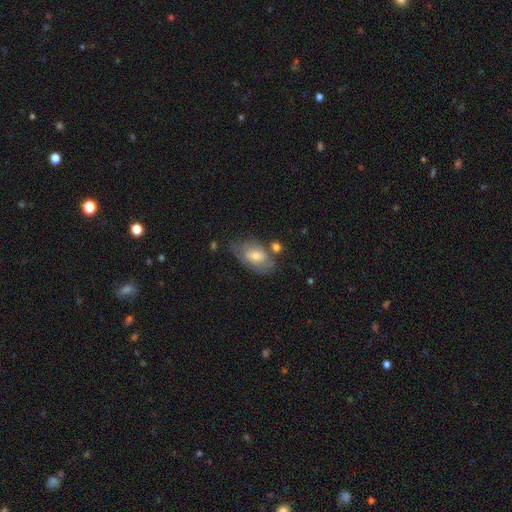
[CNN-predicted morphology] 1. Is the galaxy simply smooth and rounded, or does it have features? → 48% smooth, 44% featured or disk, 8% star or artifact.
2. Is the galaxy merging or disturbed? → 48% none, 28% minor disturbance, 13% major disturbance, 11% merger.